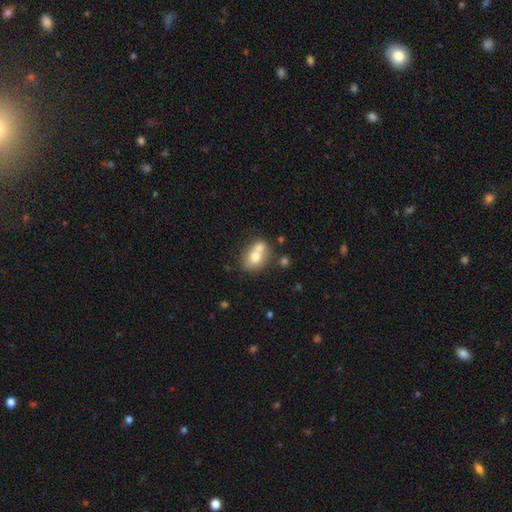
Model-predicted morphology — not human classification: Smooth or featured: smooth — 69% (featured or disk — 22%)
How rounded: in between — 55% (round — 44%)
Merging: merger — 52% (none — 33%)